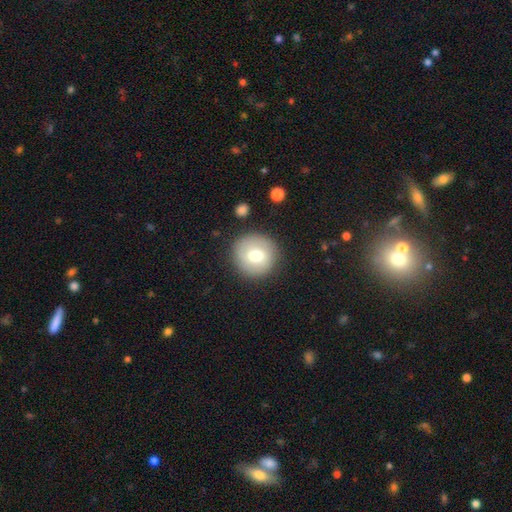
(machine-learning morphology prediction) Q: Smooth or featured?
A: smooth (71%); runner-up: featured or disk (21%)
Q: How rounded?
A: round (94%); runner-up: in between (5%)
Q: Merging?
A: none (87%); runner-up: minor disturbance (8%)